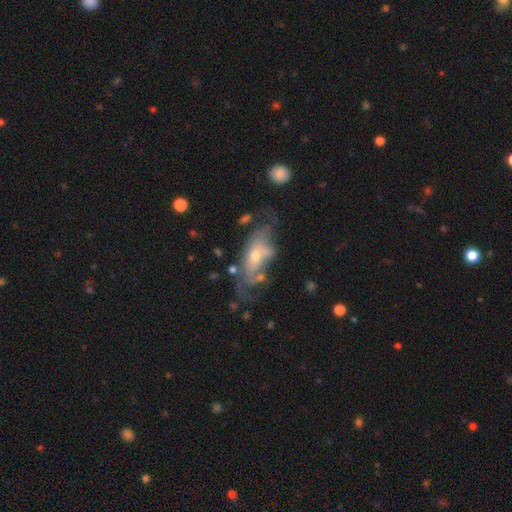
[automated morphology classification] Overall: featured or disk (63%; smooth 30%). Edge-on disk: no (84%). Bar: no (74%). Spiral arms: yes (58%; no 42%). Bulge size: moderate (48%; small 45%). Merging: major disturbance (34%, tied with none).